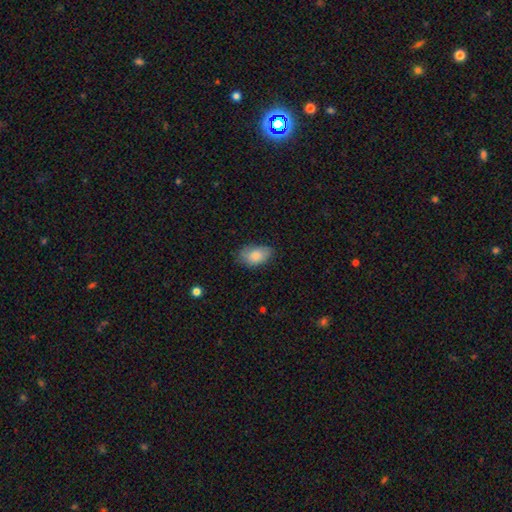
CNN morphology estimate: Smooth or featured? smooth (84%)
How rounded? in between (92%)
Merging? none (70%)